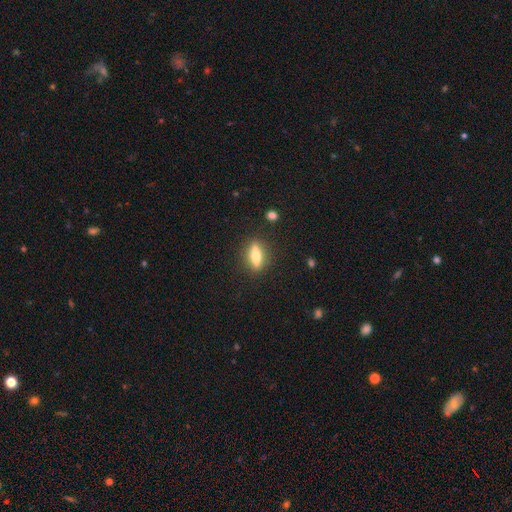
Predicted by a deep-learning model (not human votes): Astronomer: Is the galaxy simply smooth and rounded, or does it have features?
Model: smooth — 51% (runner-up: featured or disk, 42%).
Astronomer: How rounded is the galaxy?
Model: cigar-shaped — 55% (runner-up: in between, 40%).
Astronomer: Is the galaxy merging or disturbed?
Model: none — 86%.